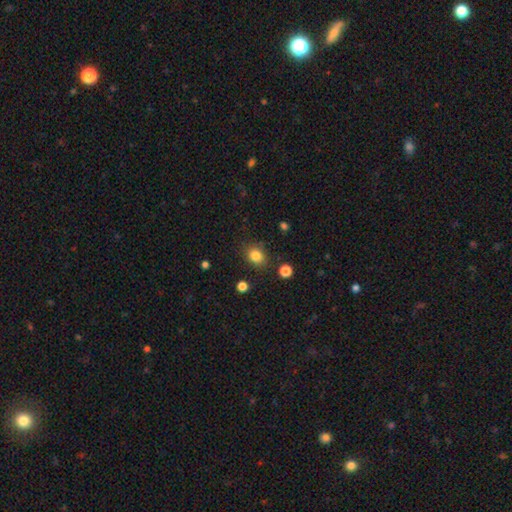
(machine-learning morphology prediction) This is clearly a smooth galaxy (83%). How rounded: possibly round (55%). Merging: clearly none (81%).